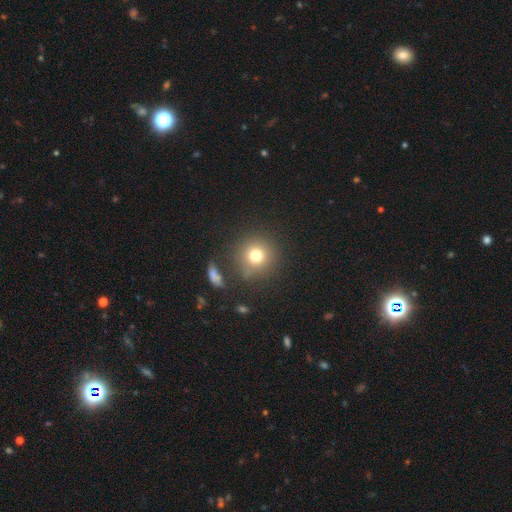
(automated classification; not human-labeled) Smooth or featured: smooth — 75% (star or artifact — 14%)
How rounded: round — 93% (in between — 6%)
Merging: none — 81% (minor disturbance — 10%)